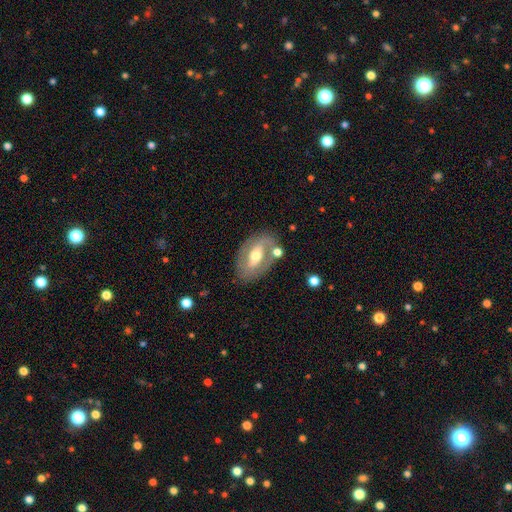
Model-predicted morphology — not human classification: A featured or disk galaxy (69%) with a weak bar (36%), spiral arms (59%) and a moderate central bulge (70%).

Vote fractions:
- Smooth or featured? featured or disk: 69% / smooth: 25% / star or artifact: 6%
- Edge-on disk? no: 92% / yes: 8%
- Bar? weak: 36% / no: 32% / strong: 32%
- Spiral arms? yes: 59% / no: 41%
- Bulge size? moderate: 70% / small: 20% / large: 8% / dominant: 1% / none: 1%
- Merging? none: 69% / minor disturbance: 16% / merger: 8% / major disturbance: 6%